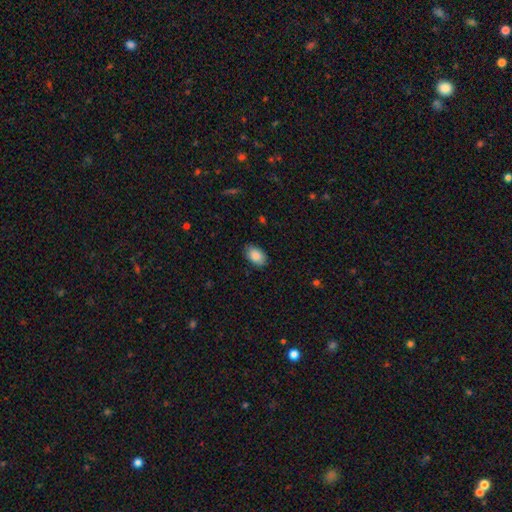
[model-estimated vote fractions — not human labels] A smooth galaxy with no disk features (88%) that is in between round and cigar-shaped (90%). Merging: none (86%).